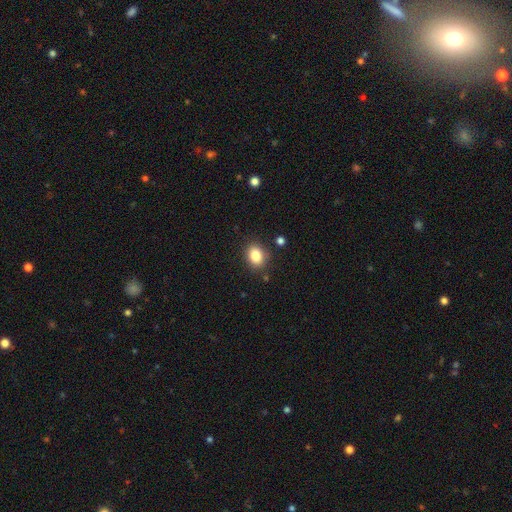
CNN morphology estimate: smooth-or-featured: smooth: 84% | star or artifact: 9% | featured or disk: 6%
  how-rounded: in between: 60% | round: 39% | cigar-shaped: 1%
  merging: none: 86% | minor disturbance: 10% | major disturbance: 3% | merger: 2%